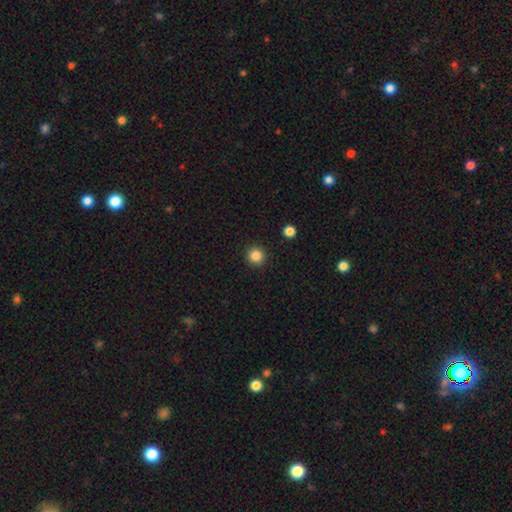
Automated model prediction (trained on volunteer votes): A smooth galaxy with no disk features (85%) that is round (95%).

Vote fractions:
- Smooth or featured? smooth: 85% / star or artifact: 11% / featured or disk: 4%
- How rounded? round: 95% / in between: 4% / cigar-shaped: 1%
- Merging? none: 92% / minor disturbance: 5% / major disturbance: 2% / merger: 1%